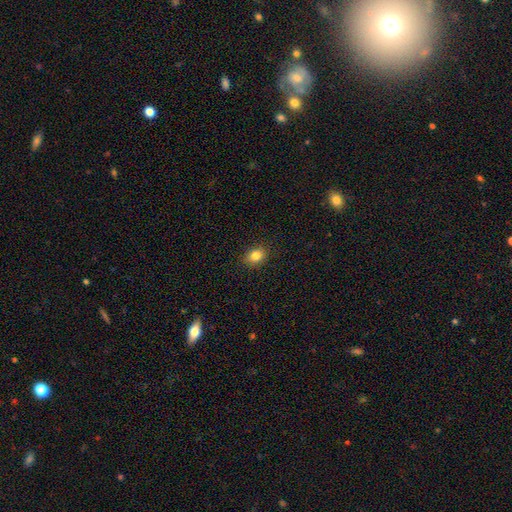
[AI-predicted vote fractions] smooth-or-featured: smooth: 83% | star or artifact: 11% | featured or disk: 6%
  how-rounded: in between: 56% | round: 43% | cigar-shaped: 1%
  merging: none: 89% | minor disturbance: 8% | major disturbance: 2% | merger: 1%